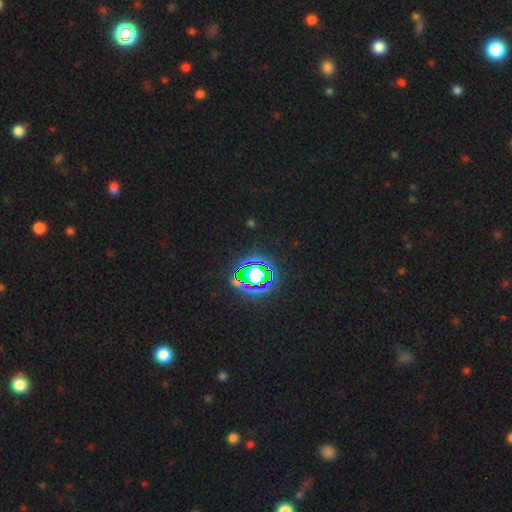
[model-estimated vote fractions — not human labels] The model was most divided on "smooth or featured": star or artifact: 77%, smooth: 16%, featured or disk: 7%.